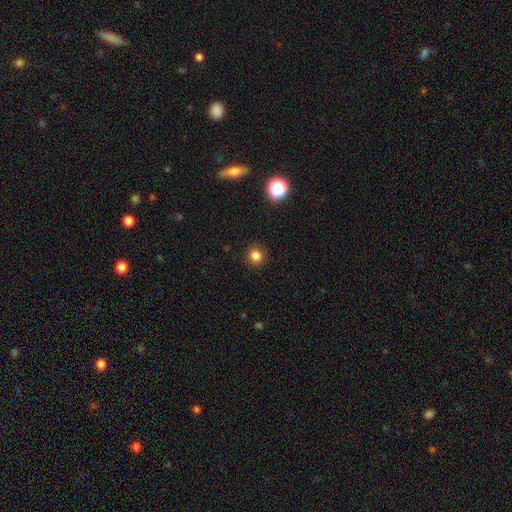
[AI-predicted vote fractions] Smooth or featured: smooth — 82% (star or artifact — 14%)
How rounded: round — 90% (in between — 9%)
Merging: none — 91% (minor disturbance — 6%)